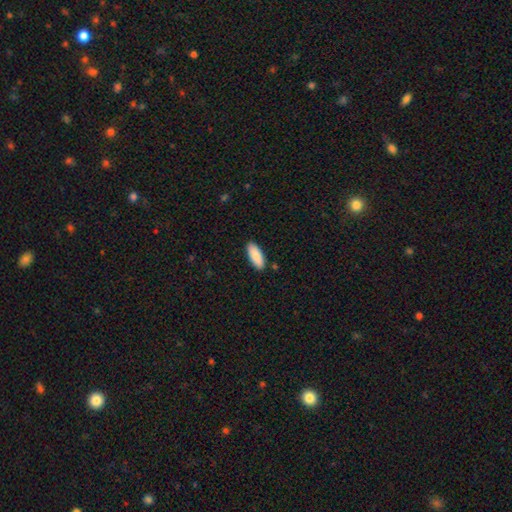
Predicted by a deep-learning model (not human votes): This appears to be a smooth galaxy with no disk features (89%) that is in between round and cigar-shaped (75%). Merging: none (89%).